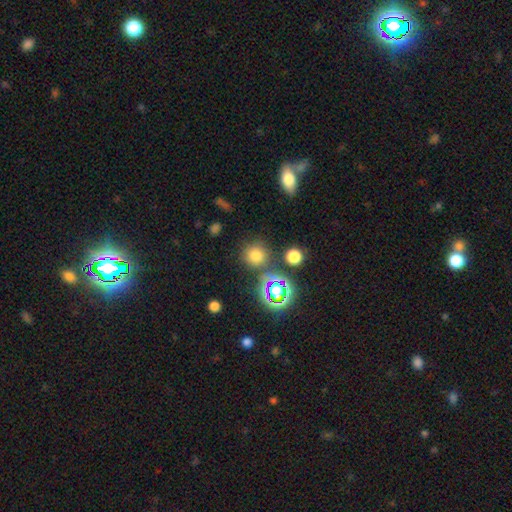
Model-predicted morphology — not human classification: The model was most divided on "smooth or featured": smooth: 71%, star or artifact: 22%, featured or disk: 7%. More confident: how rounded — round (91%); merging — none (77%).